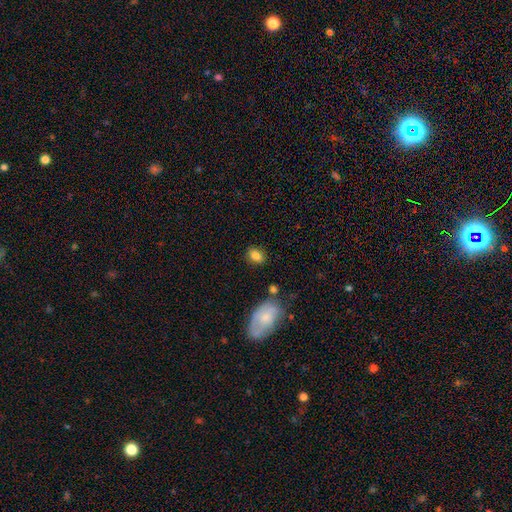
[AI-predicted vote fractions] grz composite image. It shows a smooth galaxy with no disk features (84%) that is in between round and cigar-shaped (68%). Merging: none (81%).